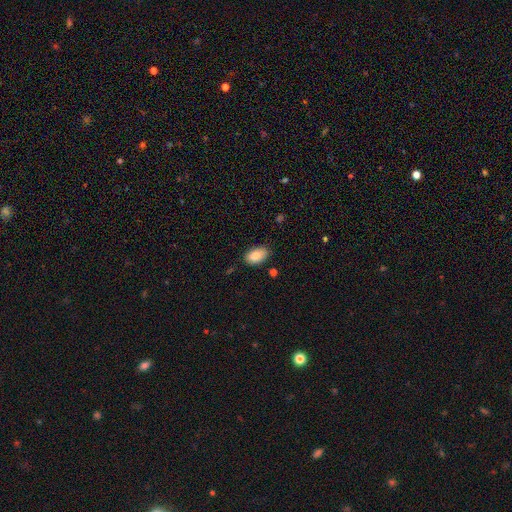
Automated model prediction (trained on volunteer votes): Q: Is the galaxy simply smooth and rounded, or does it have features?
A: smooth — 87%.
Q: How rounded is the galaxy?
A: in between — 93%.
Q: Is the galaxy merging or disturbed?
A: none — 83%.